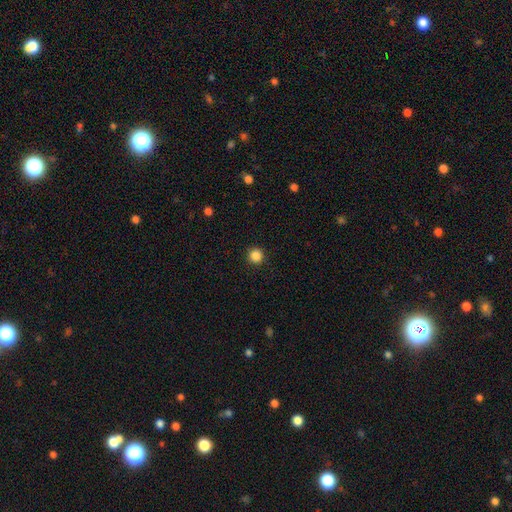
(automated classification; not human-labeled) A smooth galaxy with no disk features (86%) that is round (96%). Merging: none (93%).